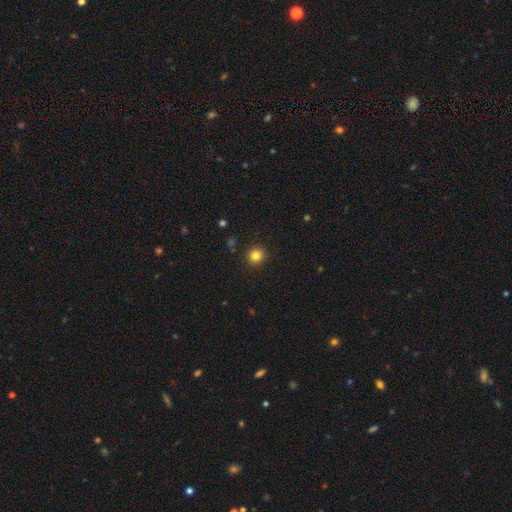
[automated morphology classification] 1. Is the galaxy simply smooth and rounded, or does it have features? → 82% smooth, 13% star or artifact, 5% featured or disk.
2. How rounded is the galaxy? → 91% round, 8% in between, 1% cigar-shaped.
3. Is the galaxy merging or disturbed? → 92% none, 5% minor disturbance, 2% major disturbance, 1% merger.